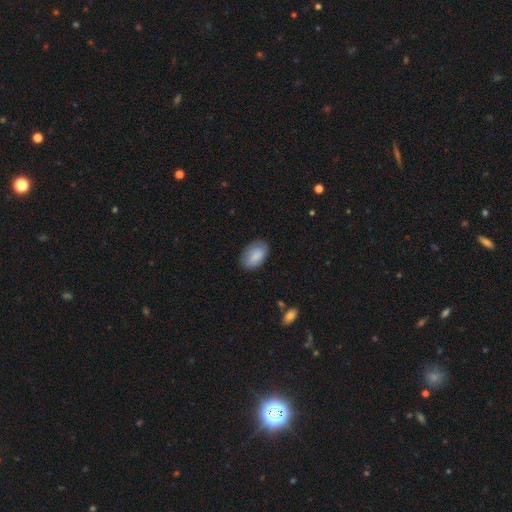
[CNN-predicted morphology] smooth_or_featured: smooth (p=0.82) [alt: featured or disk p=0.12]
how_rounded: in between (p=0.90) [alt: round p=0.09]
merging: none (p=0.77) [alt: minor disturbance p=0.18]